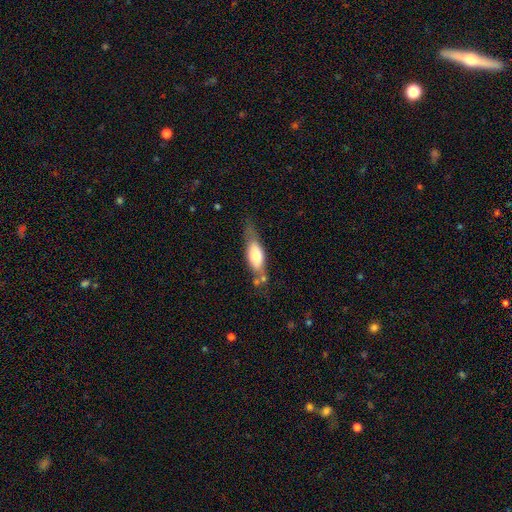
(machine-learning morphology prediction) The model was most divided on "smooth or featured": smooth: 61%, featured or disk: 33%, star or artifact: 6%. More confident: how rounded — in between (64%); merging — none (55%).